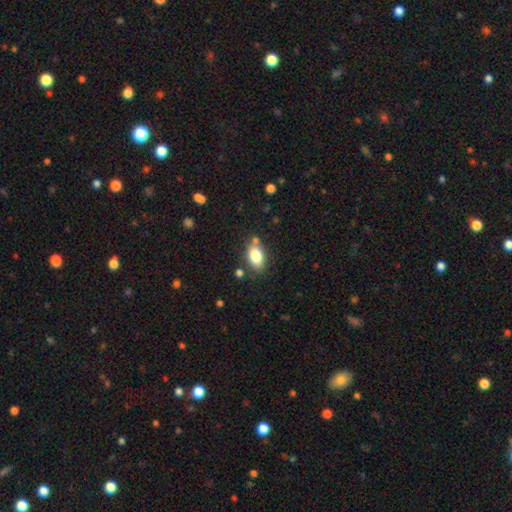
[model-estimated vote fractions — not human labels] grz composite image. It shows a smooth galaxy with no disk features (83%) that is in between round and cigar-shaped (88%). Merging: none (75%).